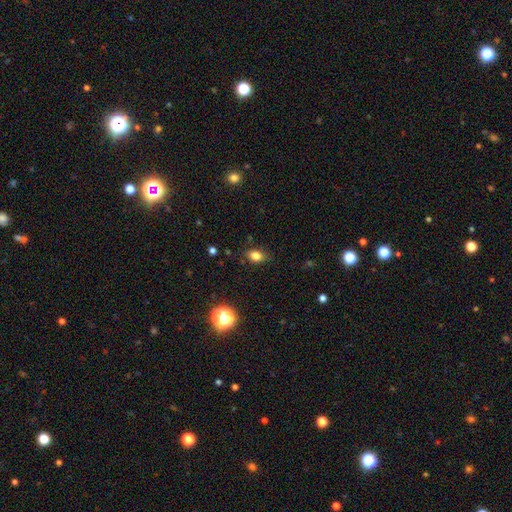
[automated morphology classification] This is clearly a smooth galaxy (81%). How rounded: likely in between (78%). Merging: clearly none (82%).